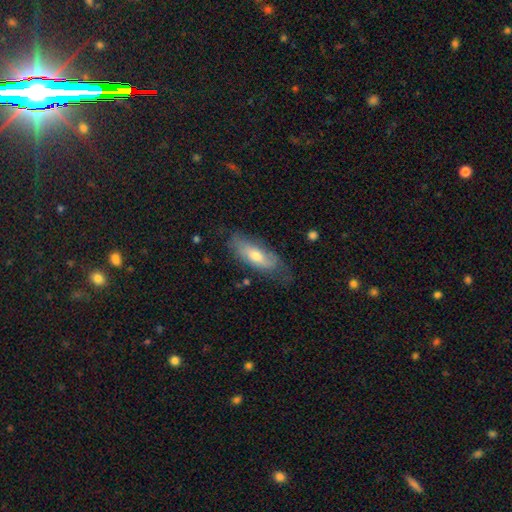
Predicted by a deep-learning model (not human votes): Smooth or featured? Predicted: smooth (p=0.59). How rounded? Predicted: in between (p=0.67). Merging? Predicted: none (p=0.62).